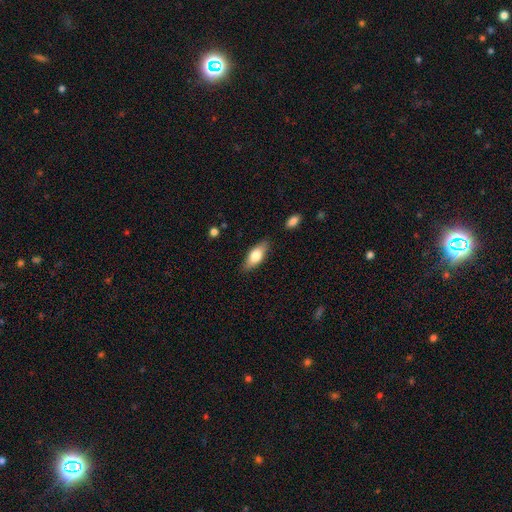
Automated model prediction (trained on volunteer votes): This appears to be a smooth galaxy with no disk features (71%) that is in between round and cigar-shaped (77%). Merging: none (84%).